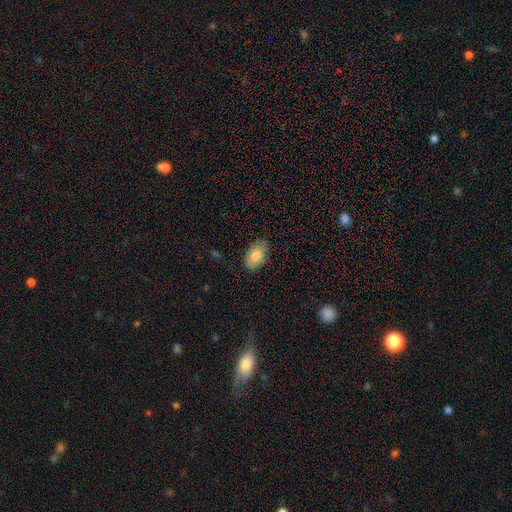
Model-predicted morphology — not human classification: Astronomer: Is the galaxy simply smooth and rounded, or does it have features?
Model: smooth — 79%.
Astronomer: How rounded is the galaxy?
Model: in between — 91%.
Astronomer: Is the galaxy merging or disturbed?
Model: none — 78%.